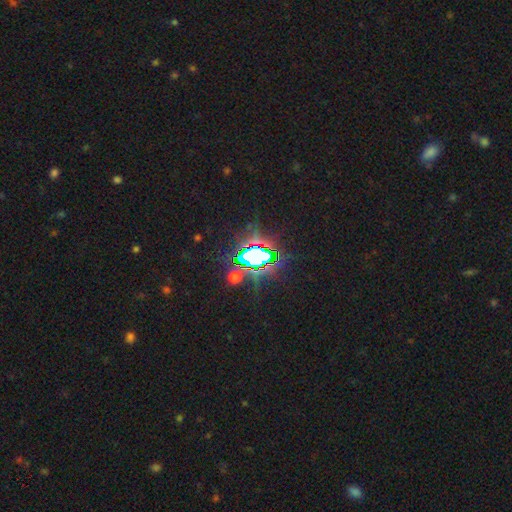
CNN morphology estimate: smooth_or_featured: star or artifact (p=0.73) [alt: smooth p=0.15]